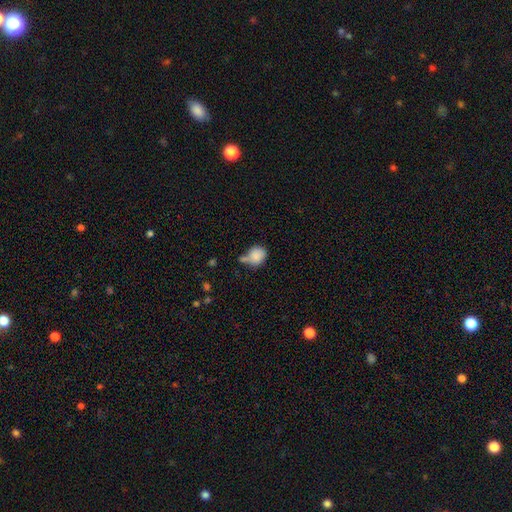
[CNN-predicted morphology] Overall: smooth (84%). How rounded: round (69%; in between 30%). Merging: none (40%; merger 25%).